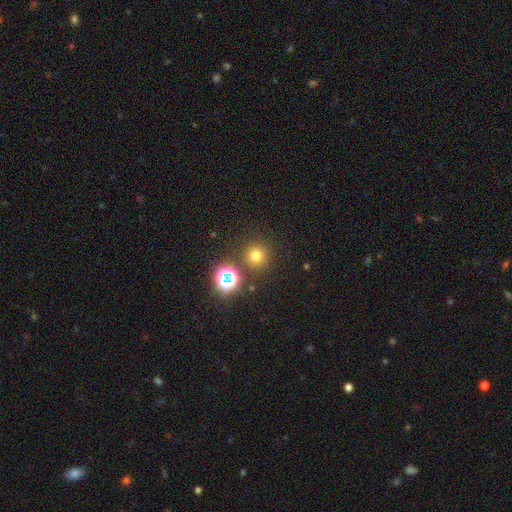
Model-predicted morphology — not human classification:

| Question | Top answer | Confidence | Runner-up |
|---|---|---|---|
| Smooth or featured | smooth | 70% | star or artifact (24%) |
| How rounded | round | 94% | in between (5%) |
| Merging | none | 85% | minor disturbance (6%) |